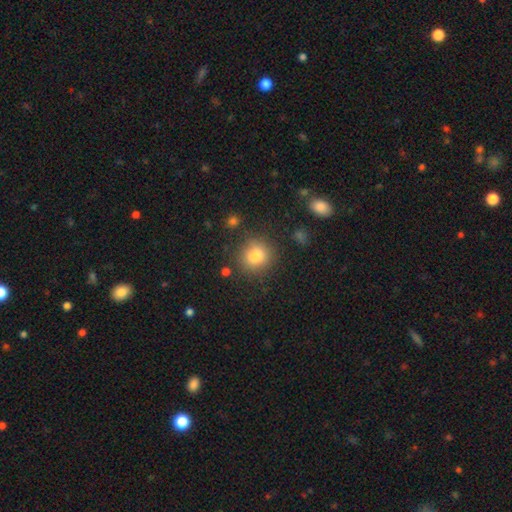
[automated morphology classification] Smooth or featured? Predicted: smooth (p=0.82). How rounded? Predicted: round (p=0.87). Merging? Predicted: none (p=0.83).